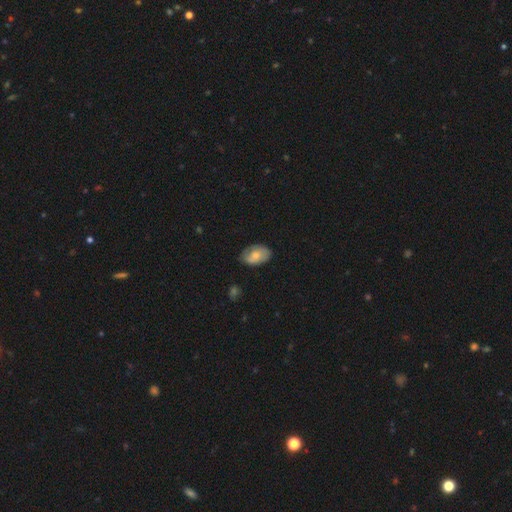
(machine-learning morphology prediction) Smooth or featured?
  - smooth: 64% *
  - featured or disk: 30%
  - star or artifact: 6%
How rounded?
  - in between: 88% *
  - round: 10%
  - cigar-shaped: 1%
Merging?
  - none: 68% *
  - minor disturbance: 25%
  - major disturbance: 5%
  - merger: 1%